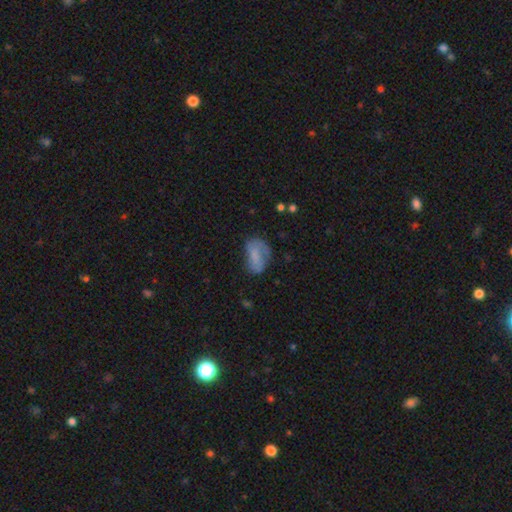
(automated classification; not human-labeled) smooth 66%, featured or disk 24%, star or artifact 10%. Down the decision tree: how rounded — in between (88%); merging — none (42%).